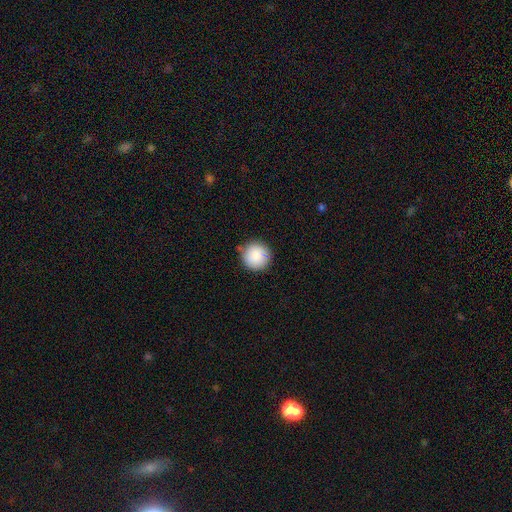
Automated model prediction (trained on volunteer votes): This is clearly a smooth galaxy (87%). How rounded: clearly round (96%). Merging: clearly none (85%).